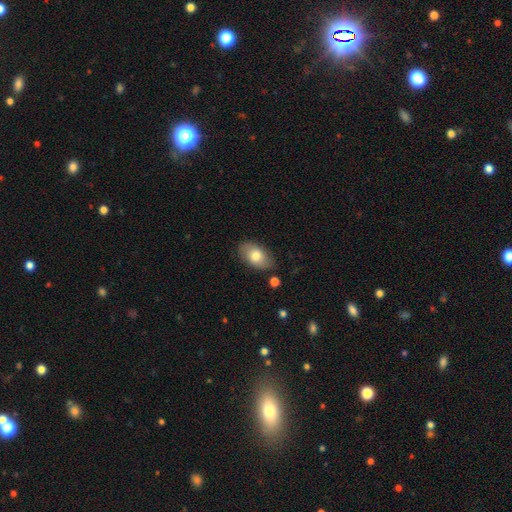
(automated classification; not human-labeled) A smooth galaxy with no disk features (78%) that is in between round and cigar-shaped (92%).

Vote fractions:
- Smooth or featured? smooth: 78% / featured or disk: 16% / star or artifact: 7%
- How rounded? in between: 92% / round: 7% / cigar-shaped: 2%
- Merging? none: 83% / minor disturbance: 12% / major disturbance: 3% / merger: 2%